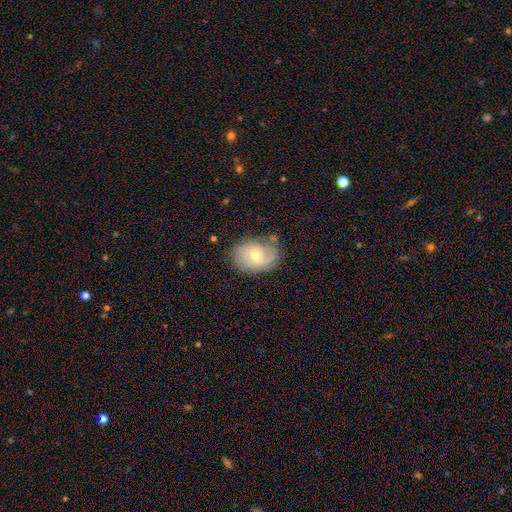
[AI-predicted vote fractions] Smooth or featured? Predicted: featured or disk (p=0.63). Edge-on disk? Predicted: no (p=0.96). Bar? Predicted: no (p=0.56). Spiral arms? Predicted: yes (p=0.87). Spiral winding? Predicted: tight (p=0.40). Spiral arm count? Predicted: 2 (p=0.47). Bulge size? Predicted: moderate (p=0.56). Merging? Predicted: none (p=0.69).